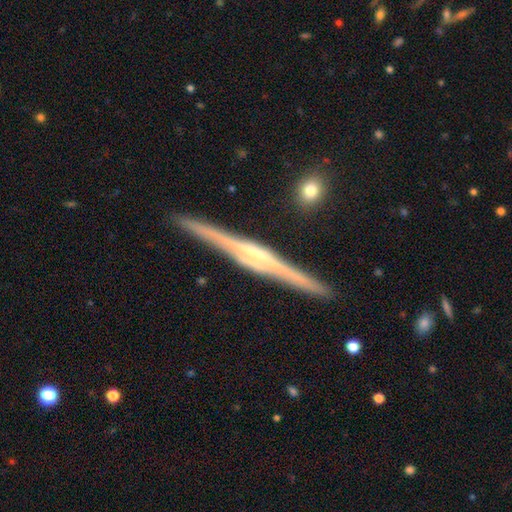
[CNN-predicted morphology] smooth_or_featured: featured or disk (p=0.87) [alt: smooth p=0.08]
disk_edge_on: yes (p=0.98) [alt: no p=0.02]
edge_on_bulge: rounded (p=0.50) [alt: boxy p=0.35]
merging: none (p=0.91) [alt: minor disturbance p=0.06]